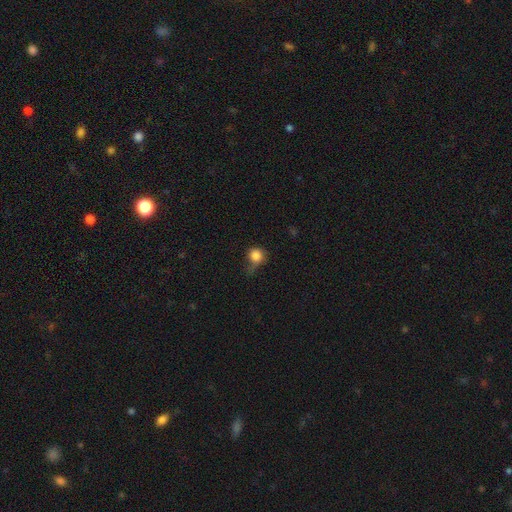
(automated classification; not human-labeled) smooth-or-featured: smooth: 83% | star or artifact: 10% | featured or disk: 7%
  how-rounded: round: 84% | in between: 15% | cigar-shaped: 1%
  merging: none: 38% | minor disturbance: 34% | major disturbance: 24% | merger: 4%